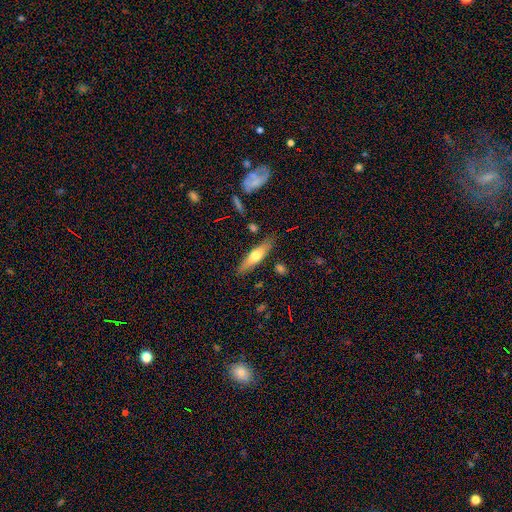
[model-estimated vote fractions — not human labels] smooth 55%, featured or disk 38%, star or artifact 6%. Down the decision tree: how rounded — cigar-shaped (69%); merging — none (85%).